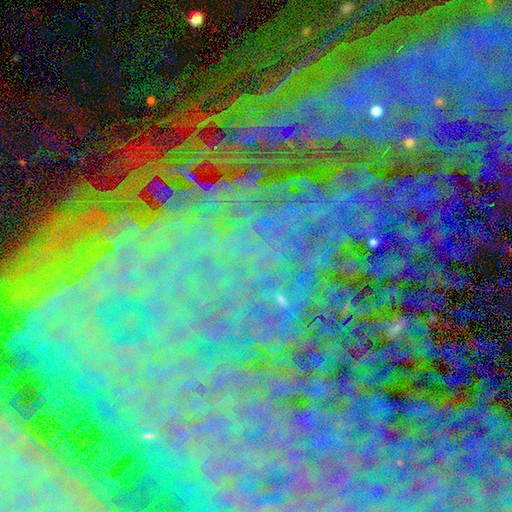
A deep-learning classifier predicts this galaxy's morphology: A star or artifact, not a galaxy (78%).